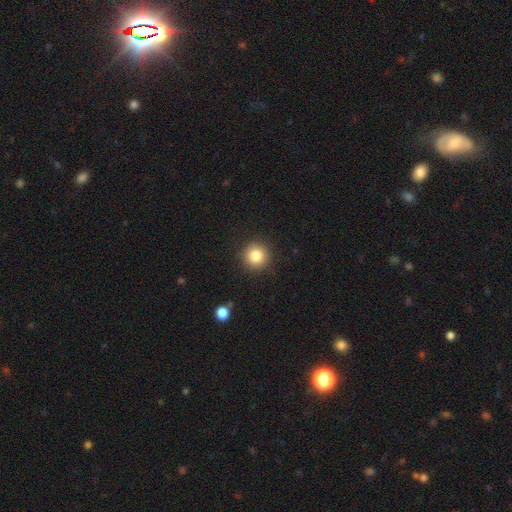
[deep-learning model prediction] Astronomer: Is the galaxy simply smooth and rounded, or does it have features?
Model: smooth — 83%.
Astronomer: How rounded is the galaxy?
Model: round — 95%.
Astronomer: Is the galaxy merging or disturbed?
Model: none — 90%.